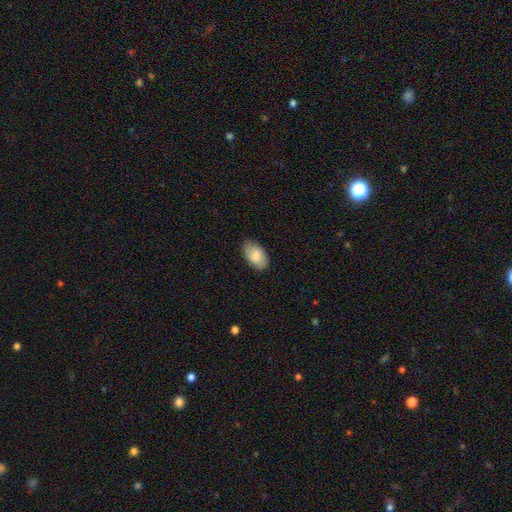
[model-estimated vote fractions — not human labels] This is clearly a smooth galaxy (82%). How rounded: clearly in between (94%). Merging: clearly none (82%).